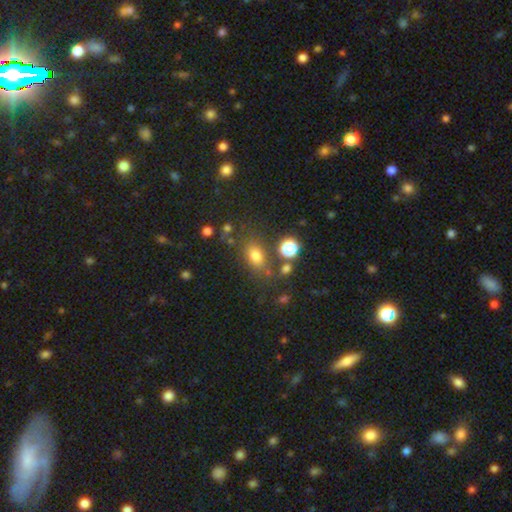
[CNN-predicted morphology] smooth-or-featured: smooth: 72% | star or artifact: 17% | featured or disk: 10%
  how-rounded: in between: 70% | round: 27% | cigar-shaped: 3%
  merging: none: 69% | minor disturbance: 16% | merger: 8% | major disturbance: 7%